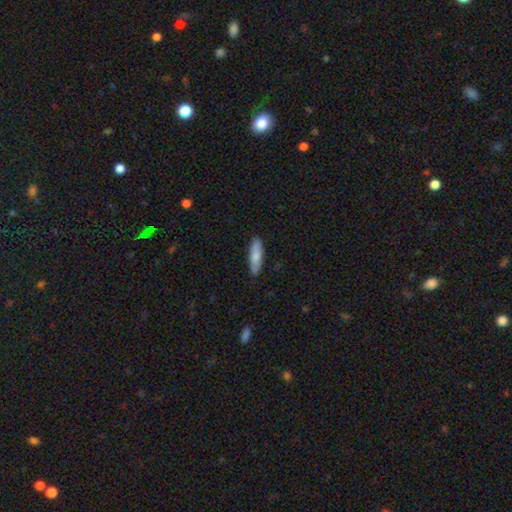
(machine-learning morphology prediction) Smooth or featured: smooth — 80% (featured or disk — 15%)
How rounded: cigar-shaped — 62% (in between — 36%)
Merging: none — 88% (minor disturbance — 9%)